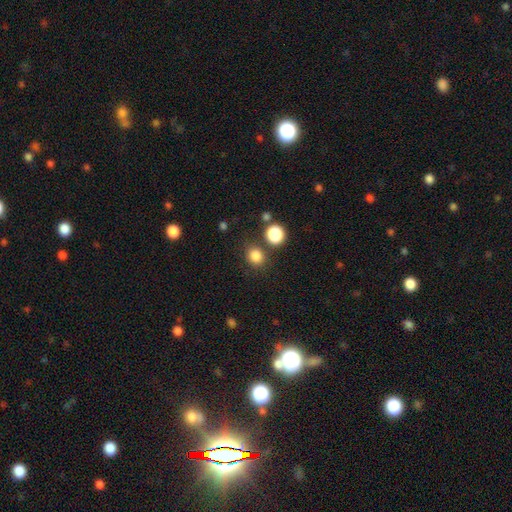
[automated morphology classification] Smooth or featured? Predicted: smooth (p=0.83). How rounded? Predicted: round (p=0.80). Merging? Predicted: none (p=0.79).